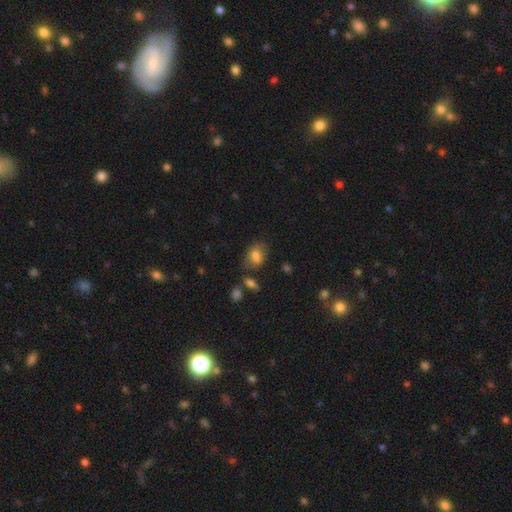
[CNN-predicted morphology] The model was most divided on "merging": none: 56%, minor disturbance: 24%, merger: 12%, major disturbance: 9%. More confident: how rounded — in between (76%); smooth or featured — smooth (73%).